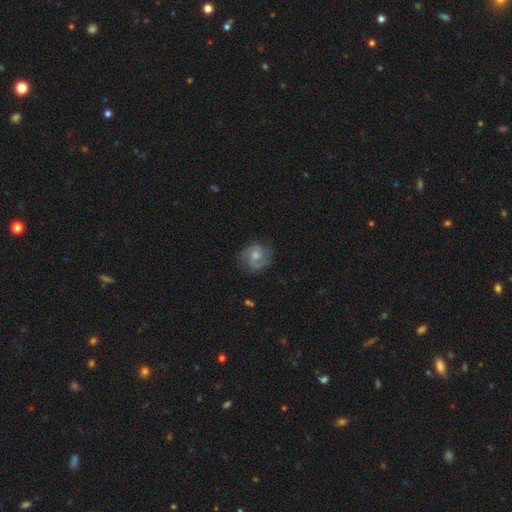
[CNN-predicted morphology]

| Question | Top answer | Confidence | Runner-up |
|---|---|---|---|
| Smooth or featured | featured or disk | 69% | smooth (24%) |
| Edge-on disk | no | 98% | yes (2%) |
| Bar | no | 58% | weak (37%) |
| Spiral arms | yes | 93% | no (7%) |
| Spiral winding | medium | 48% | tight (34%) |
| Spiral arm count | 2 | 82% | can't tell (8%) |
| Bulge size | moderate | 52% | small (33%) |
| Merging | none | 76% | minor disturbance (16%) |